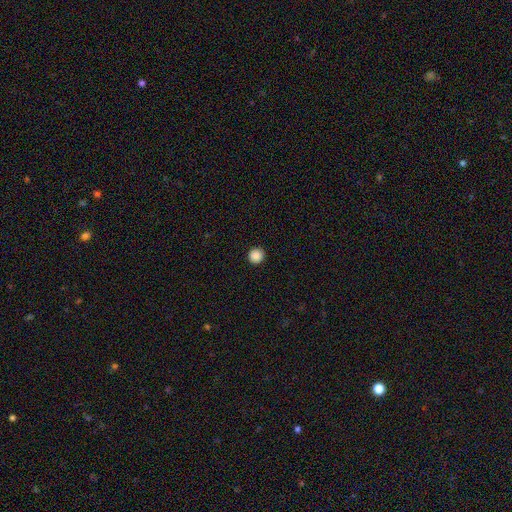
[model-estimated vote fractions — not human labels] Overall: smooth (88%). How rounded: round (96%). Merging: none (94%).